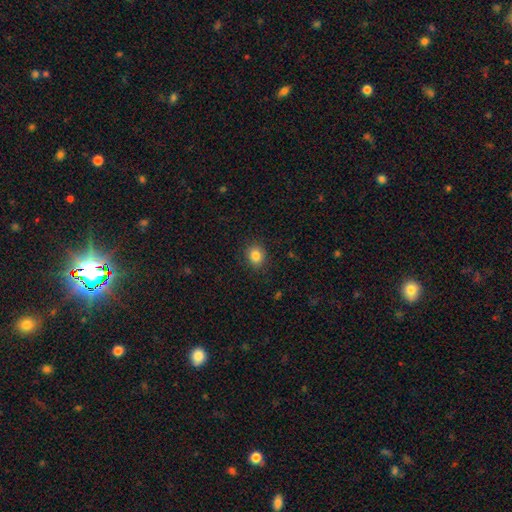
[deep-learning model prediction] This is clearly a smooth galaxy (83%). How rounded: likely round (72%). Merging: clearly none (89%).